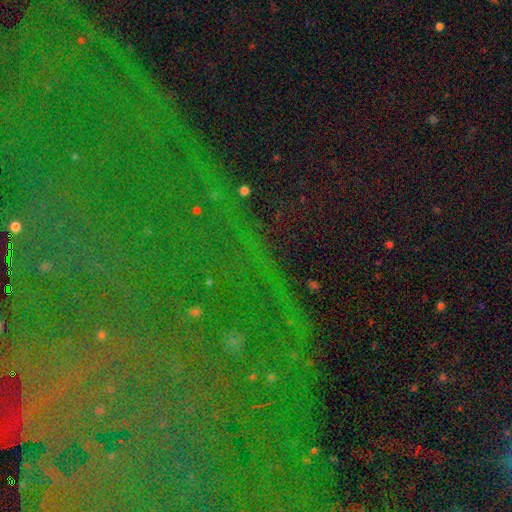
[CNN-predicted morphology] Smooth or featured?
  - star or artifact: 83% *
  - featured or disk: 9%
  - smooth: 8%